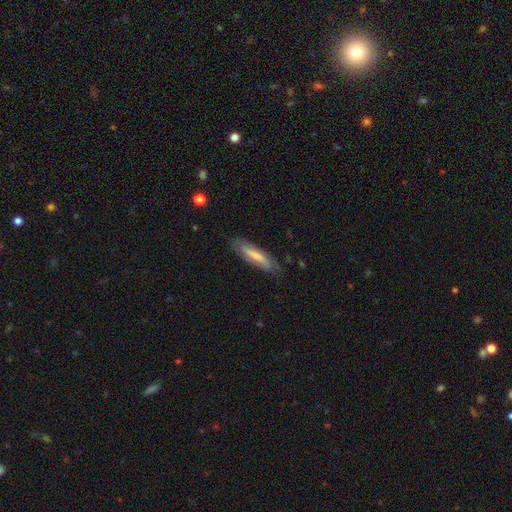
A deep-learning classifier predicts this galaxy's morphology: type=smooth (61%); roundness=cigar-shaped (75%); merging=none (77%).